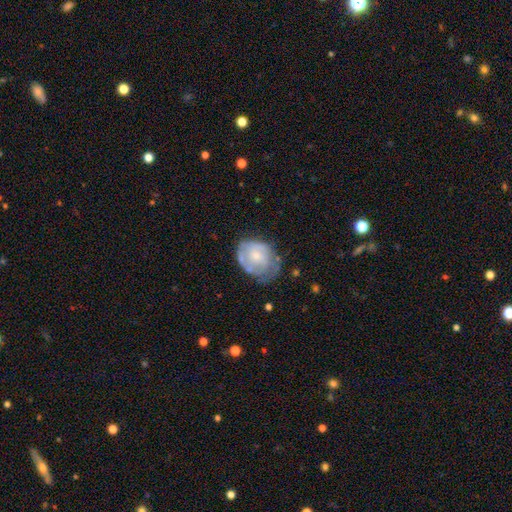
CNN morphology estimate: type=featured or disk (54%); edge-on=no (97%); bar=no (77%); spiral arms=yes (58%); bulge=small (58%); merging=none (44%).